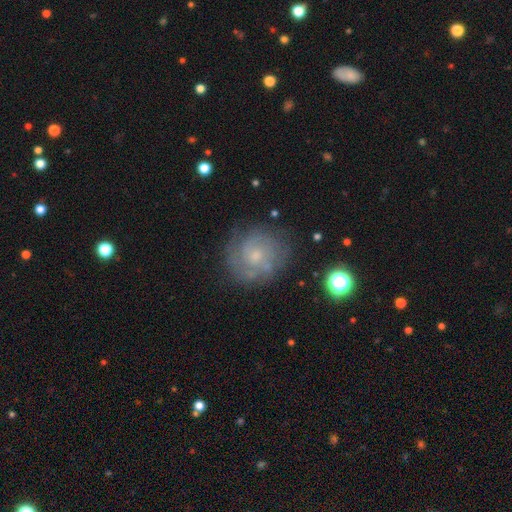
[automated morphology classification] This is likely a featured or disk galaxy (67%). It is clearly not viewed edge-on (98%). Bar: likely no (72%). Spiral arm pattern: clearly yes (85%). Spiral arm count: marginally can't tell (41%). Spiral winding: possibly tight (60%). Central bulge: possibly small (59%). Merging: likely none (75%).